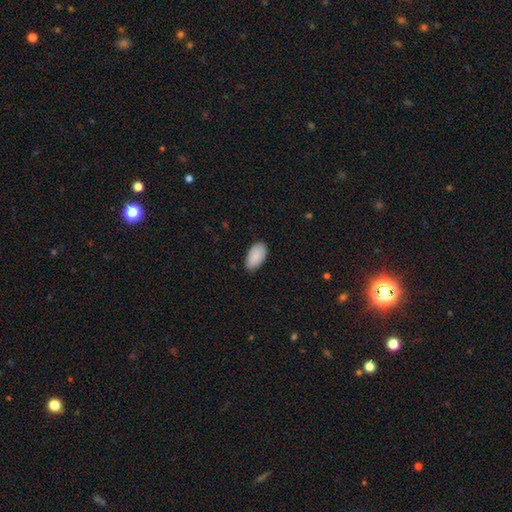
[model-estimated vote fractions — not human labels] Smooth or featured? Predicted: smooth (p=0.90). How rounded? Predicted: in between (p=0.96). Merging? Predicted: none (p=0.84).